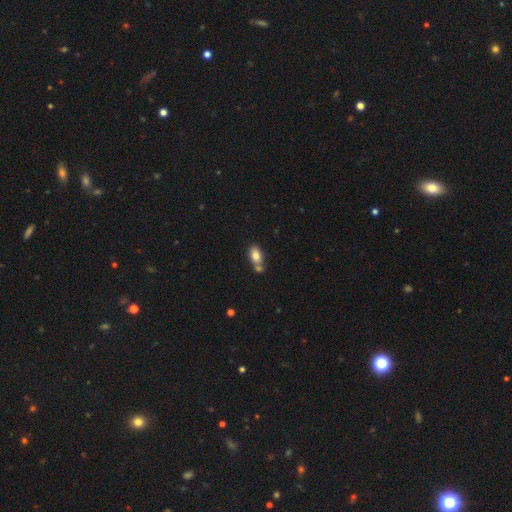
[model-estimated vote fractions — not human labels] Morphology: type=smooth (82%); roundness=in between (89%); merging=none (53%).